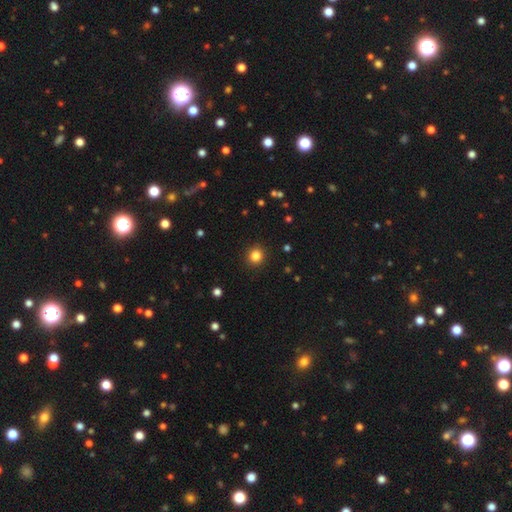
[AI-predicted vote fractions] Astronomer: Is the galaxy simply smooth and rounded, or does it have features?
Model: smooth — 83%.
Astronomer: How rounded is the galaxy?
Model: round — 92%.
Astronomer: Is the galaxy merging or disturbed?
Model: none — 92%.